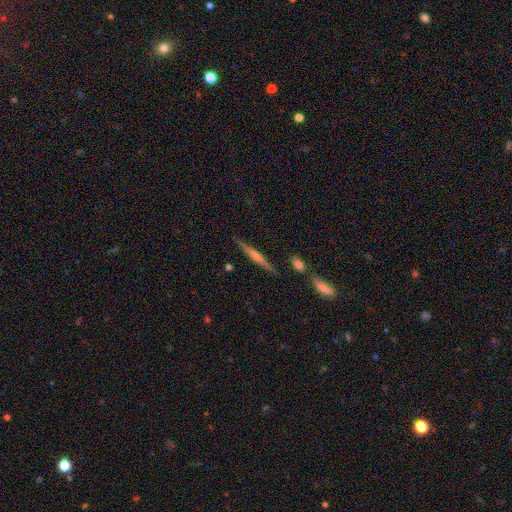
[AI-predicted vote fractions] Q: Smooth or featured?
A: featured or disk (68%); runner-up: smooth (24%)
Q: Edge-on disk?
A: yes (97%); runner-up: no (3%)
Q: Edge-on bulge?
A: rounded (73%); runner-up: none (19%)
Q: Merging?
A: none (84%); runner-up: minor disturbance (9%)